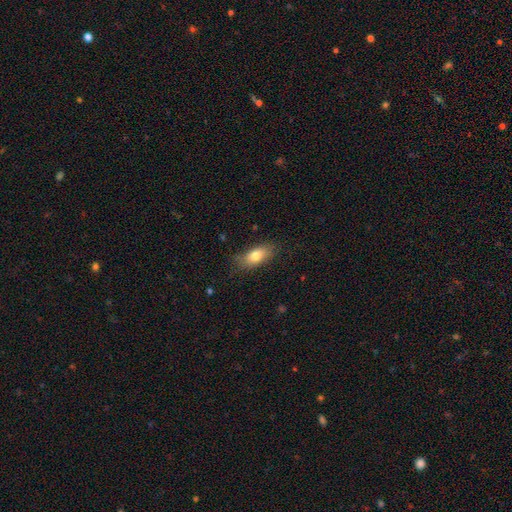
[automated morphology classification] Smooth or featured? Predicted: smooth (p=0.78). How rounded? Predicted: in between (p=0.83). Merging? Predicted: none (p=0.78).